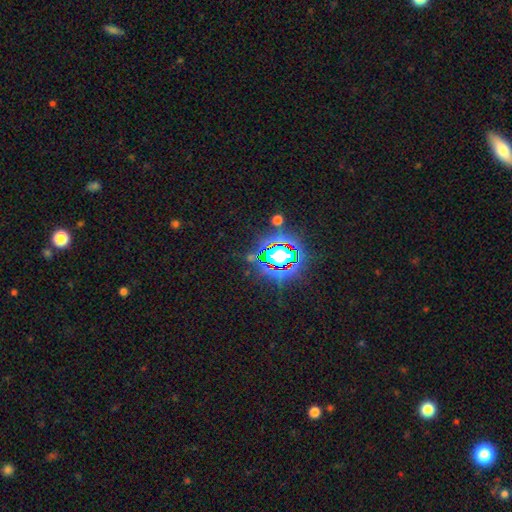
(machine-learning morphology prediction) Smooth or featured: star or artifact — 78% (smooth — 13%)